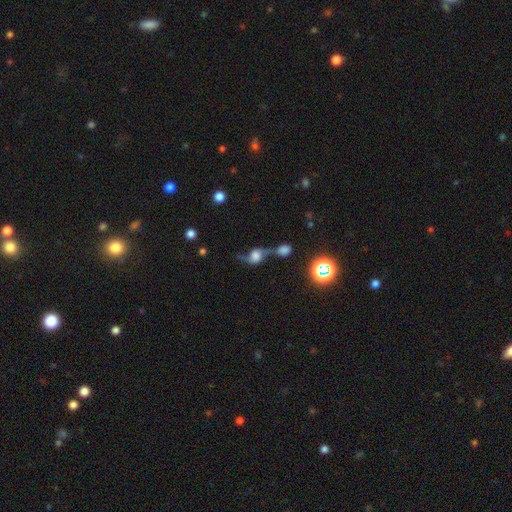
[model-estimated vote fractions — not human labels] Overall: featured or disk (54%; smooth 30%). Edge-on disk: no (87%). Merging: merger (51%; none 26%).